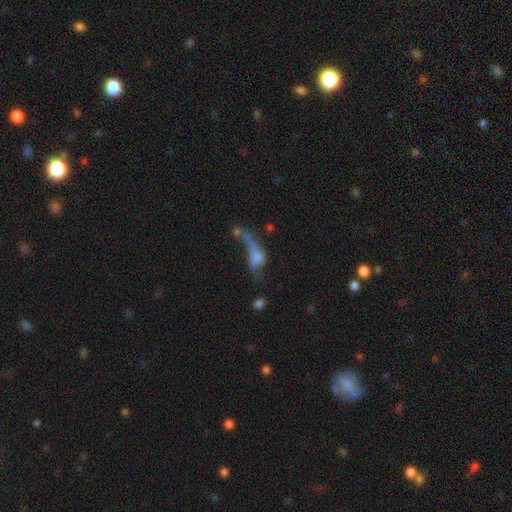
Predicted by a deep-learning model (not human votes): The model was most divided on "smooth or featured": smooth: 49%, featured or disk: 37%, star or artifact: 15%. Remaining: merging — major disturbance (44%).